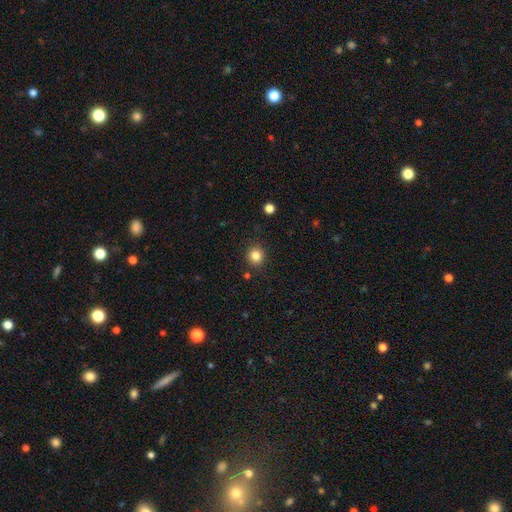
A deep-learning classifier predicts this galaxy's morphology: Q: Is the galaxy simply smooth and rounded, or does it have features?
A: smooth — 83%.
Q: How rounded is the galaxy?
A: round — 90%.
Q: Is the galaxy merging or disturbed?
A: none — 89%.